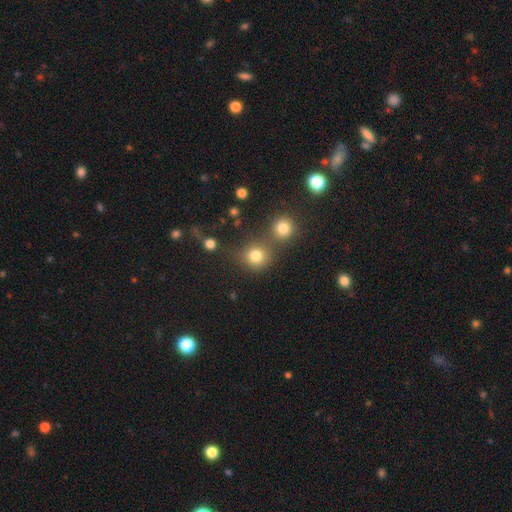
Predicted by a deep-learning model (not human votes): Smooth or featured? Predicted: smooth (p=0.79). How rounded? Predicted: round (p=0.88). Merging? Predicted: none (p=0.59).